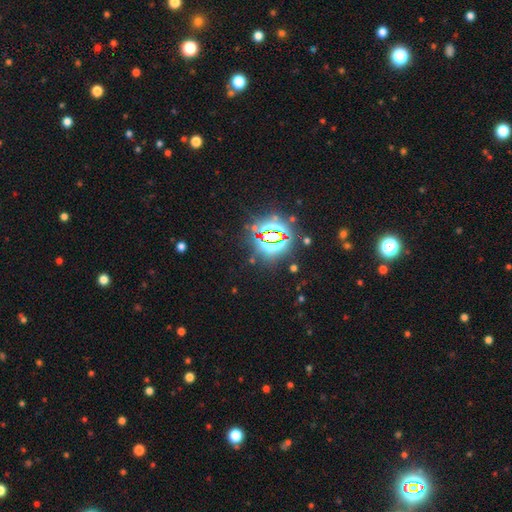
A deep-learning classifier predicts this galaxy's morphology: Overall: star or artifact (85%).